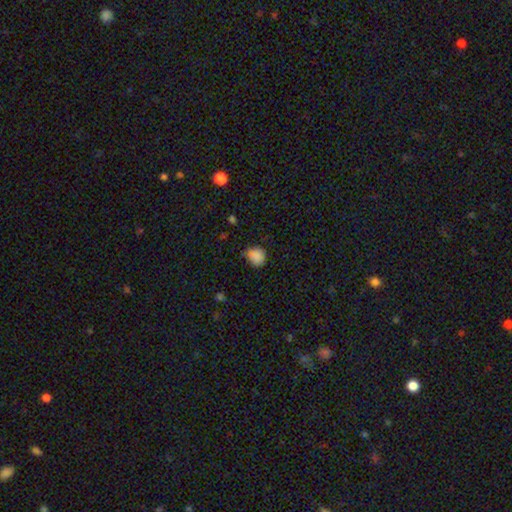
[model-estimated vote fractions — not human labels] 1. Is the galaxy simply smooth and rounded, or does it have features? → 86% smooth, 10% star or artifact, 4% featured or disk.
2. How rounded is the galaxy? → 66% round, 33% in between, 1% cigar-shaped.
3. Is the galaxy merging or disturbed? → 65% none, 28% minor disturbance, 5% major disturbance, 2% merger.